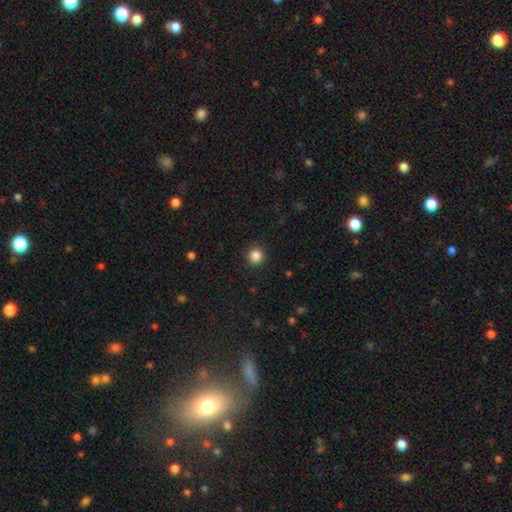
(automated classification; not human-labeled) Smooth or featured?
  - smooth: 86% *
  - star or artifact: 11%
  - featured or disk: 3%
How rounded?
  - round: 95% *
  - in between: 4%
  - cigar-shaped: 1%
Merging?
  - none: 92% *
  - minor disturbance: 5%
  - major disturbance: 2%
  - merger: 1%